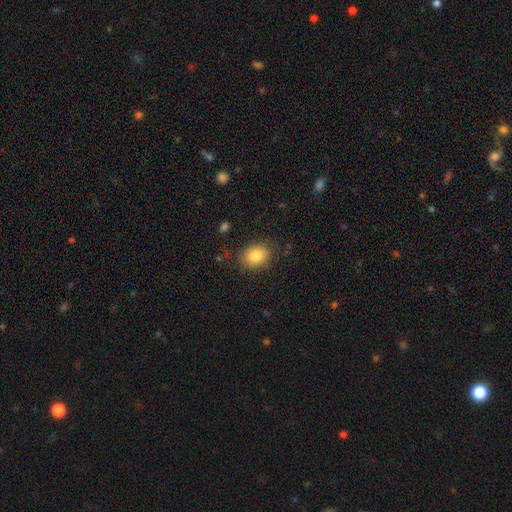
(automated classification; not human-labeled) A smooth galaxy with no disk features (83%) that is in between round and cigar-shaped (69%).

Vote fractions:
- Smooth or featured? smooth: 83% / featured or disk: 8% / star or artifact: 8%
- How rounded? in between: 69% / round: 29% / cigar-shaped: 1%
- Merging? none: 81% / minor disturbance: 14% / major disturbance: 4% / merger: 1%